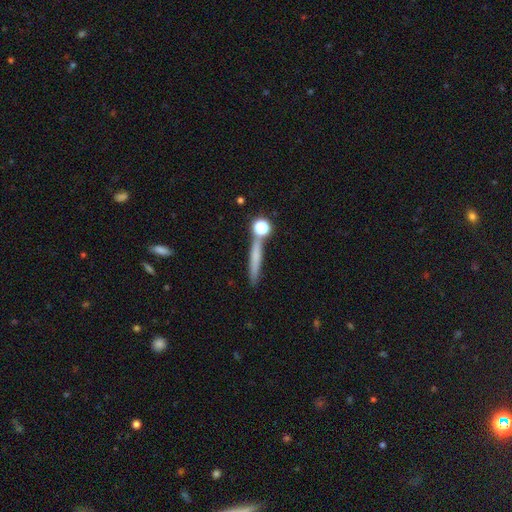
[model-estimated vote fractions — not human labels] The model was most divided on "smooth or featured": smooth: 60%, featured or disk: 29%, star or artifact: 11%. More confident: how rounded — cigar-shaped (85%); merging — none (74%).